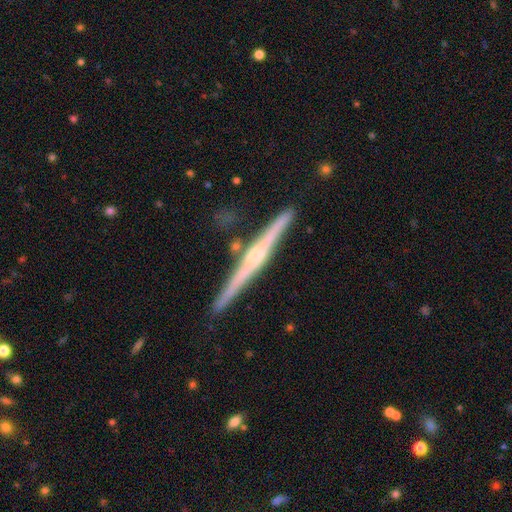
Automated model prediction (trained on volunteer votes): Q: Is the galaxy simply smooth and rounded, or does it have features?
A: featured or disk — 81%.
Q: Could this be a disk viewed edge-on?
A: yes — 98%.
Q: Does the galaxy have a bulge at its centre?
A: rounded — 71%.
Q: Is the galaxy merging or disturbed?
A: none — 85%.